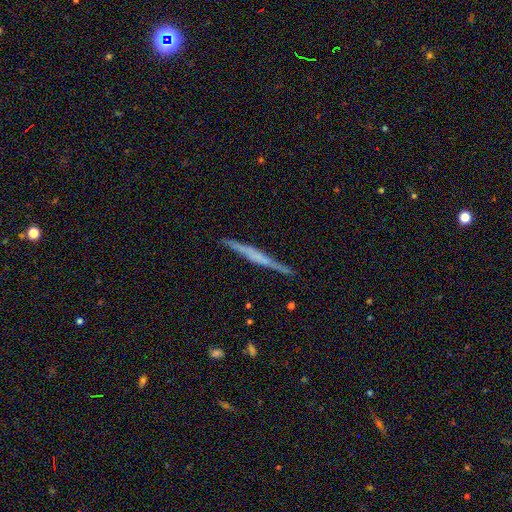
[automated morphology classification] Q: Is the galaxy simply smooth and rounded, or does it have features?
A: featured or disk — 64%.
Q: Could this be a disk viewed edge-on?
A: yes — 97%.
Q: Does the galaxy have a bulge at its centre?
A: none — 58%.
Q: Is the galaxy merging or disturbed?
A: none — 87%.